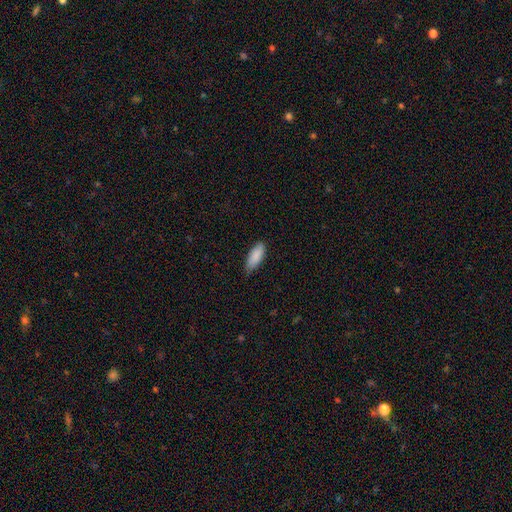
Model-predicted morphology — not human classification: A smooth galaxy with no disk features (88%) that is in between round and cigar-shaped (76%). Merging: none (73%).